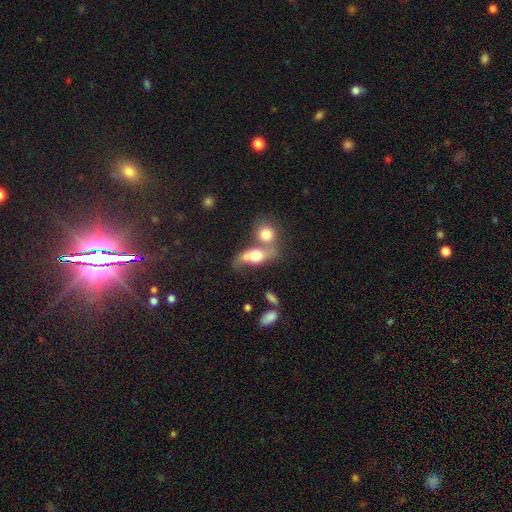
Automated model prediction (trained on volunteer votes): This is possibly a smooth galaxy (51%). How rounded: likely in between (63%). Merging: possibly merger (51%).